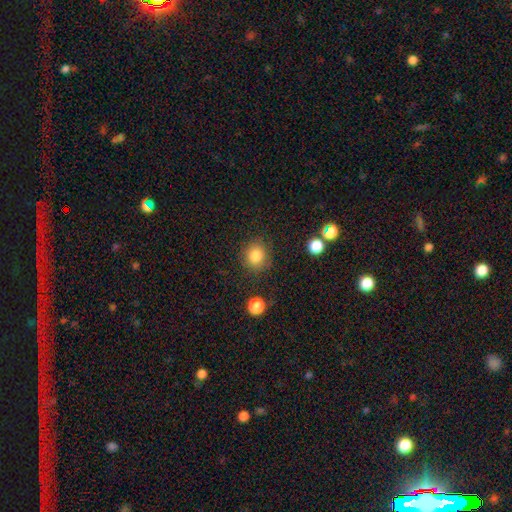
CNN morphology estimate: A smooth galaxy with no disk features (84%) that is round (84%).

Vote fractions:
- Smooth or featured? smooth: 84% / star or artifact: 11% / featured or disk: 6%
- How rounded? round: 84% / in between: 15% / cigar-shaped: 1%
- Merging? none: 85% / minor disturbance: 10% / major disturbance: 3% / merger: 2%